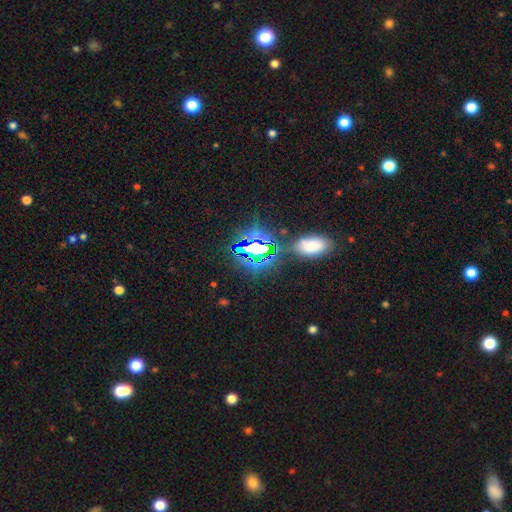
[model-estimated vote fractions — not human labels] A star or artifact, not a galaxy (67%).